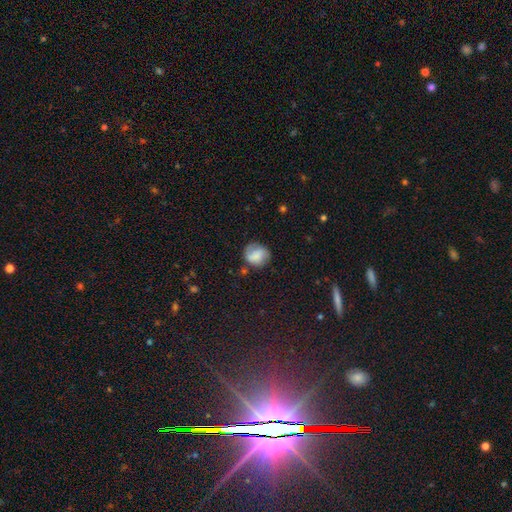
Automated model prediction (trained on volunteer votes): Smooth or featured? Predicted: smooth (p=0.67). How rounded? Predicted: round (p=0.78). Merging? Predicted: none (p=0.63).